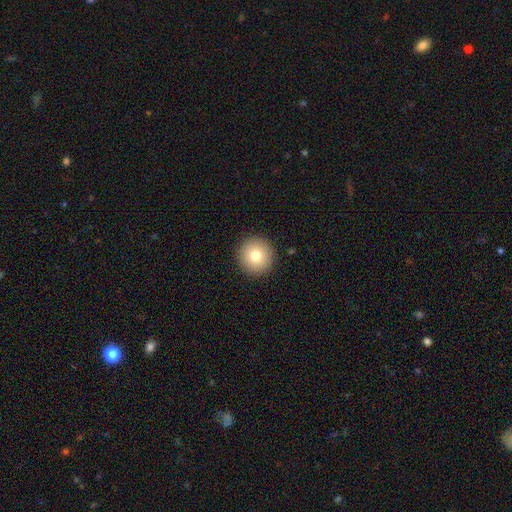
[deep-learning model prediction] smooth_or_featured: smooth (p=0.77) [alt: featured or disk p=0.12]
how_rounded: round (p=0.96) [alt: in between p=0.03]
merging: none (p=0.92) [alt: minor disturbance p=0.05]